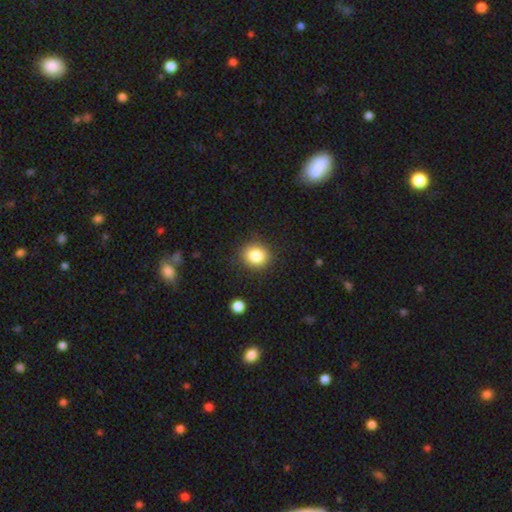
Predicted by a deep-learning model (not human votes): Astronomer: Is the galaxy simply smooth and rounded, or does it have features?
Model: smooth — 83%.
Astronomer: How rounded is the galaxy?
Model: round — 77%.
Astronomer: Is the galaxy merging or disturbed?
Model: none — 88%.